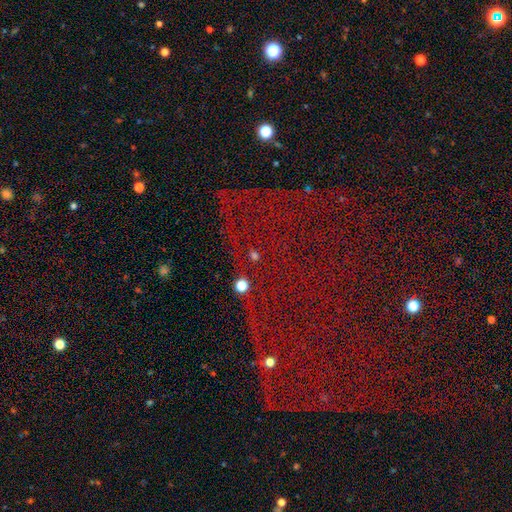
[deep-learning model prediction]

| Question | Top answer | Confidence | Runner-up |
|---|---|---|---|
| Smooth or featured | star or artifact | 78% | smooth (11%) |